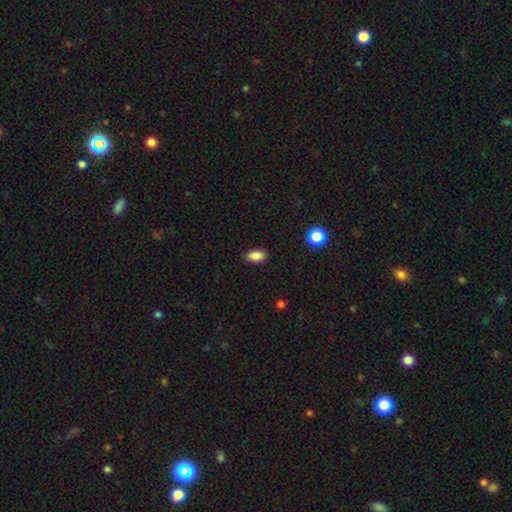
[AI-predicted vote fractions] smooth 86%, star or artifact 9%, featured or disk 5%. Down the decision tree: how rounded — in between (90%); merging — none (88%).